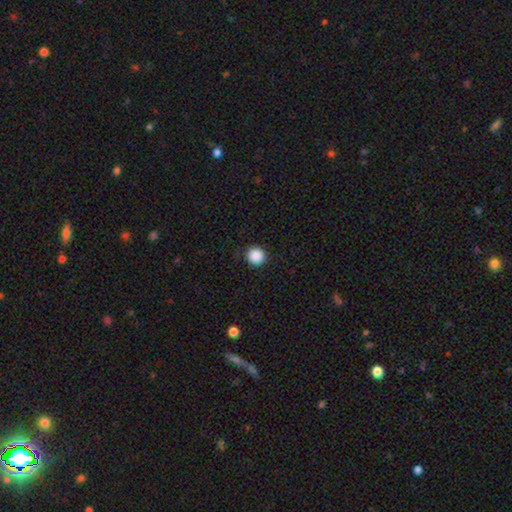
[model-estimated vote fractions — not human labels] Morphology: type=smooth (89%); roundness=round (95%); merging=none (91%).